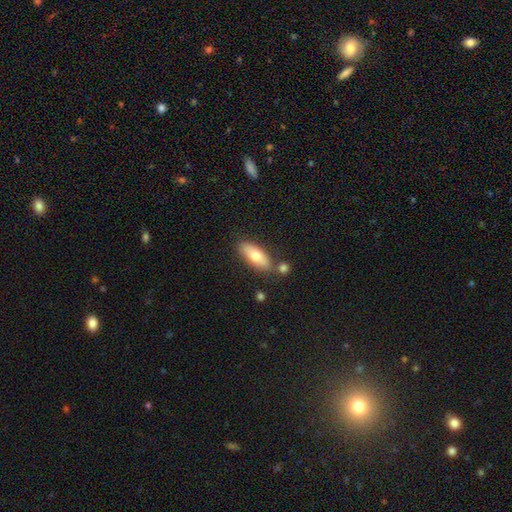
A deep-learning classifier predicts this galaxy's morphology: This appears to be a smooth galaxy with no disk features (71%) that is in between round and cigar-shaped (69%). Merging: none (76%).